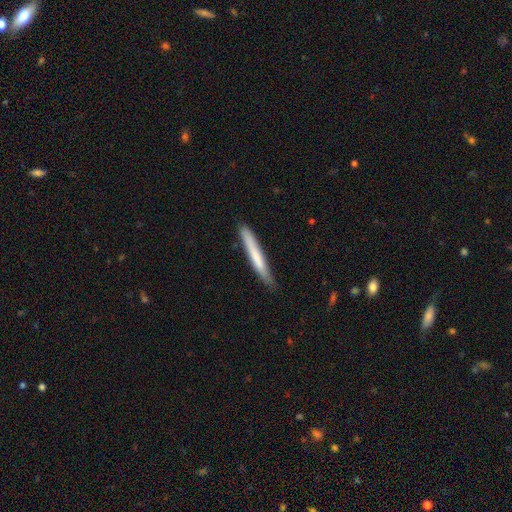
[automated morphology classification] The model was most divided on "smooth or featured": smooth: 66%, featured or disk: 29%, star or artifact: 5%. More confident: how rounded — cigar-shaped (96%); merging — none (83%).